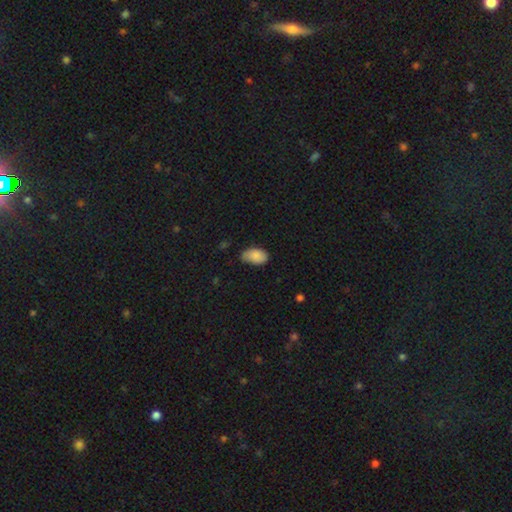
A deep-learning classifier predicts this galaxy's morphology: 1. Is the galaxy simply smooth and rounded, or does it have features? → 86% smooth, 7% featured or disk, 7% star or artifact.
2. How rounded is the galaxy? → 93% in between, 6% round, 1% cigar-shaped.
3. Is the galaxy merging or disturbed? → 59% none, 34% minor disturbance, 5% major disturbance, 2% merger.